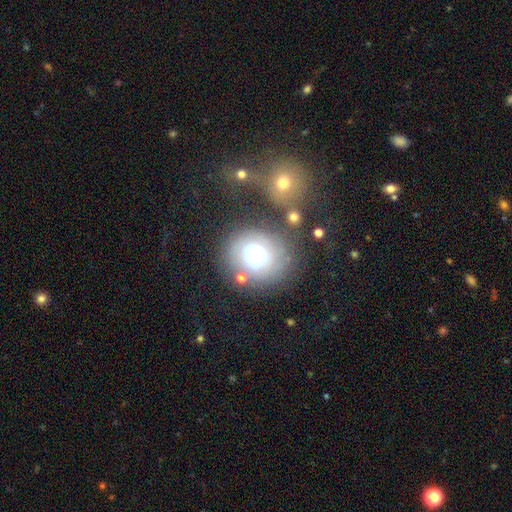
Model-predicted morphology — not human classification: Smooth or featured? Predicted: featured or disk (p=0.46). Merging? Predicted: none (p=0.56).